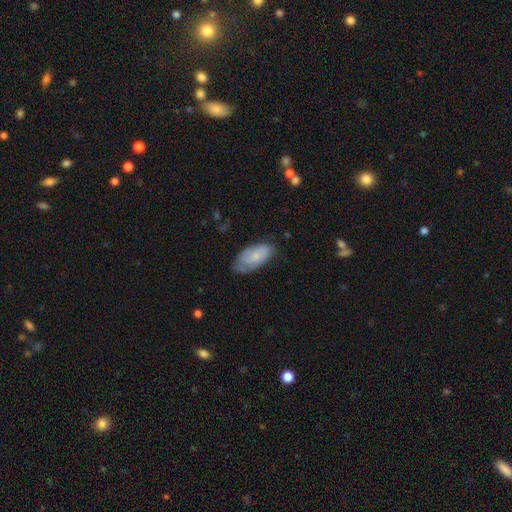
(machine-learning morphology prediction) This appears to be a smooth galaxy with no disk features (62%) that is in between round and cigar-shaped (92%). Merging: none (62%).